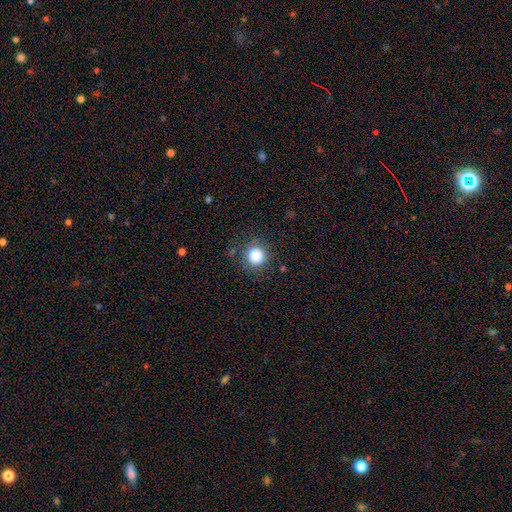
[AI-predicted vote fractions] Smooth or featured?
  - smooth: 85% *
  - star or artifact: 10%
  - featured or disk: 5%
How rounded?
  - round: 91% *
  - in between: 8%
  - cigar-shaped: 1%
Merging?
  - none: 83% *
  - minor disturbance: 11%
  - major disturbance: 5%
  - merger: 2%